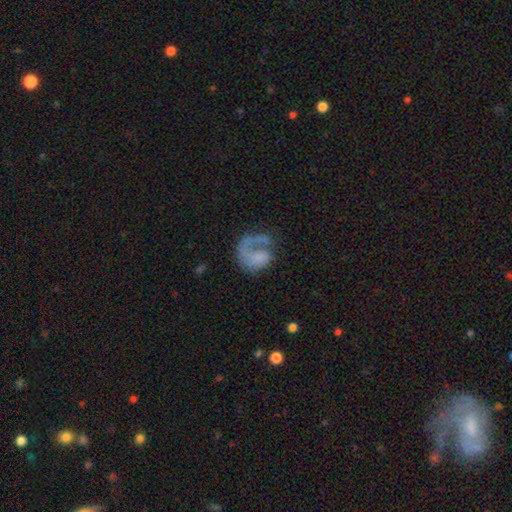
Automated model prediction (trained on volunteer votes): Smooth or featured: featured or disk — 59% (smooth — 33%)
Edge-on disk: no — 98% (yes — 2%)
Bar: no — 80% (weak — 17%)
Spiral arms: yes — 72% (no — 28%)
Bulge size: none — 60% (small — 17%)
Merging: major disturbance — 44% (none — 35%)